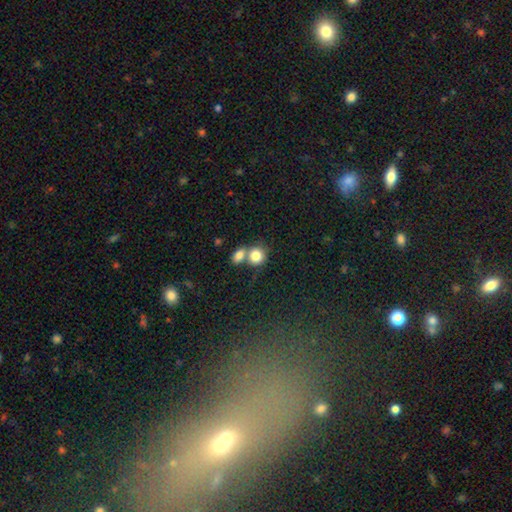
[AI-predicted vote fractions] Smooth or featured: smooth — 82% (featured or disk — 10%)
How rounded: round — 73% (in between — 26%)
Merging: merger — 54% (none — 35%)